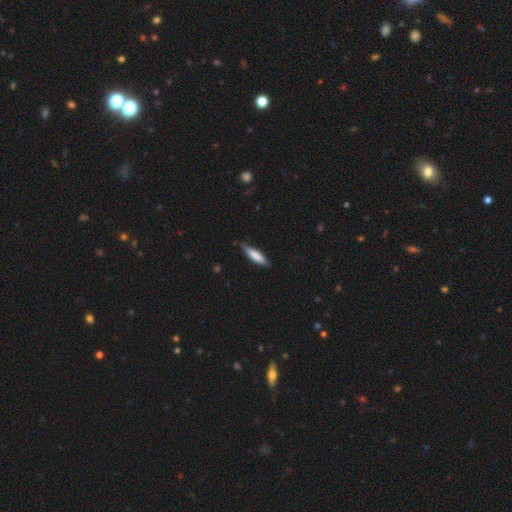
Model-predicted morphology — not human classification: This appears to be a smooth galaxy with no disk features (72%) that is cigar-shaped (73%). Merging: none (72%).